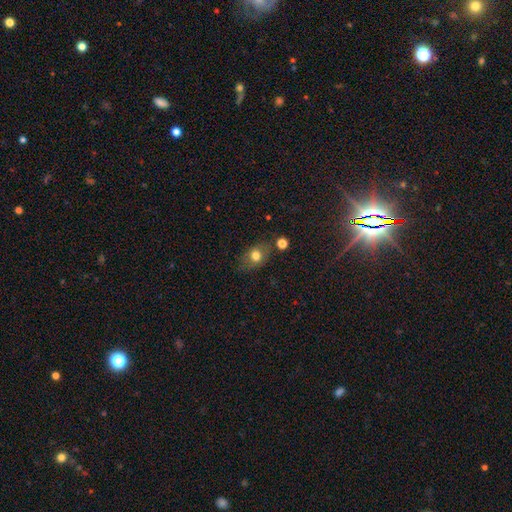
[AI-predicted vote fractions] A smooth galaxy with no disk features (73%) that is in between round and cigar-shaped (65%). Merging: none (71%).